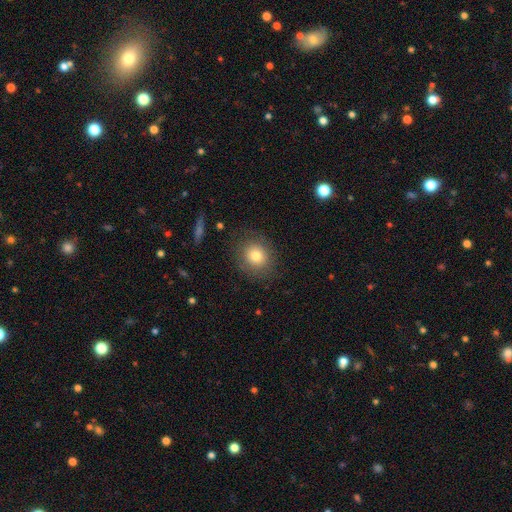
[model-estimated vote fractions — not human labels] A smooth galaxy with no disk features (77%) that is round (77%). Merging: none (82%).